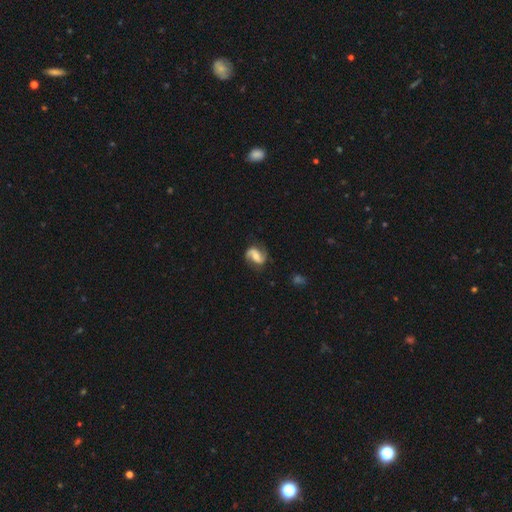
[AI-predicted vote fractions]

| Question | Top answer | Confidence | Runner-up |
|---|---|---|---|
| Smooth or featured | featured or disk | 83% | smooth (11%) |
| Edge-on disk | no | 98% | yes (2%) |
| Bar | weak | 42% | no (31%) |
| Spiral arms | yes | 96% | no (4%) |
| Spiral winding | medium | 43% | tied: loose (43%) |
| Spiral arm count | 2 | 92% | 1 (3%) |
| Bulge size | moderate | 54% | small (32%) |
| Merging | none | 79% | minor disturbance (14%) |